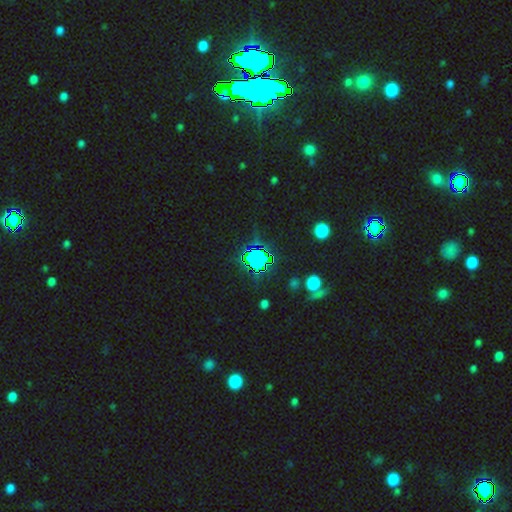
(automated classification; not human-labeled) Smooth or featured? star or artifact (73%)